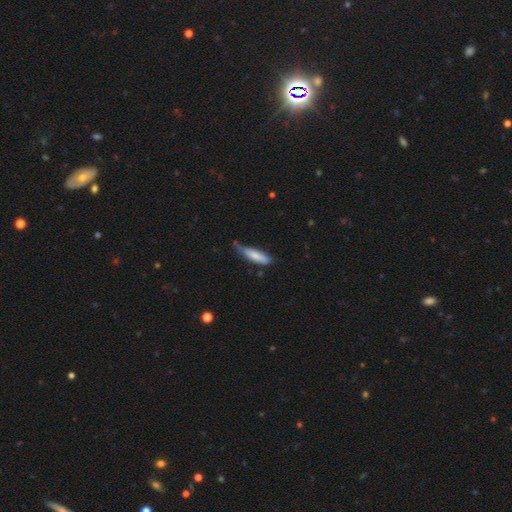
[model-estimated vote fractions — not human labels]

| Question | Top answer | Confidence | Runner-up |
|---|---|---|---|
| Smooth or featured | smooth | 75% | featured or disk (19%) |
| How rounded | cigar-shaped | 71% | in between (27%) |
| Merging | none | 42% | minor disturbance (41%) |